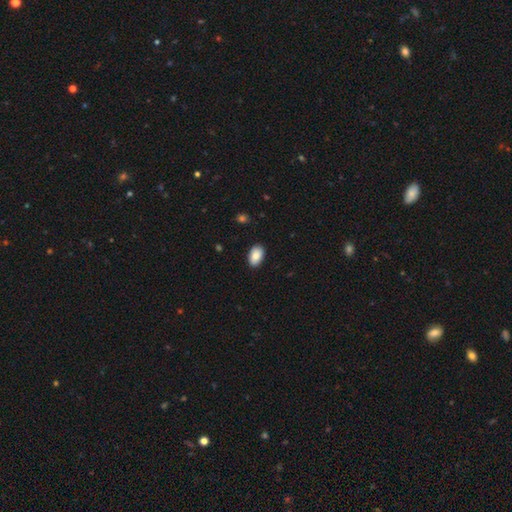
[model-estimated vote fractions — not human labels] smooth 85%, featured or disk 8%, star or artifact 7%. Down the decision tree: how rounded — in between (93%); merging — none (87%).